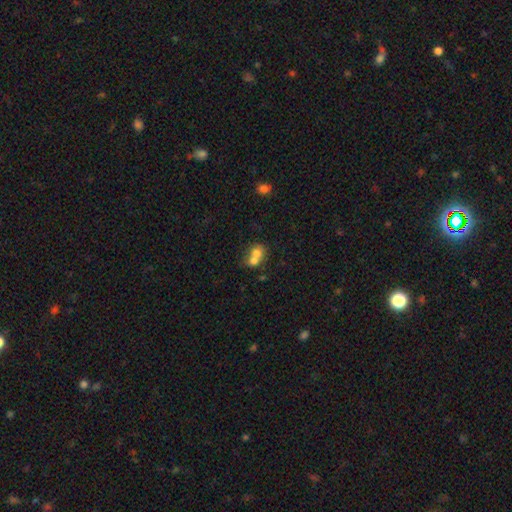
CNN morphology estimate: Smooth or featured? Predicted: smooth (p=0.69). How rounded? Predicted: round (p=0.61). Merging? Predicted: merger (p=0.71).